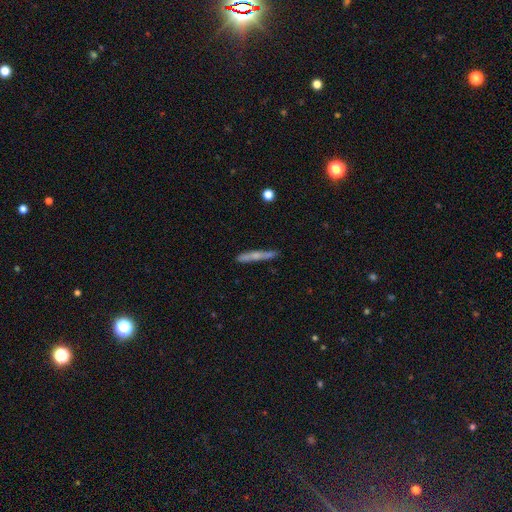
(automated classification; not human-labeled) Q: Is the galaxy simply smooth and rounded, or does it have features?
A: smooth — 50%.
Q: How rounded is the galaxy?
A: cigar-shaped — 94%.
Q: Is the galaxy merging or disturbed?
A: none — 82%.